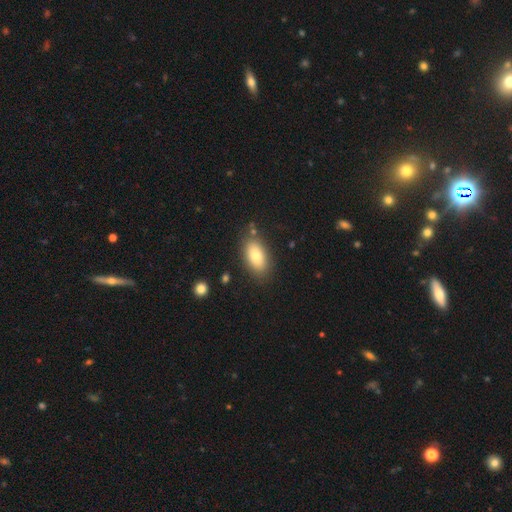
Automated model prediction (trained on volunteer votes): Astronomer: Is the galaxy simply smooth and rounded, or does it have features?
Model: smooth — 77%.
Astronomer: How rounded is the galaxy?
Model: in between — 91%.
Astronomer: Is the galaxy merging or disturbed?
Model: none — 82%.